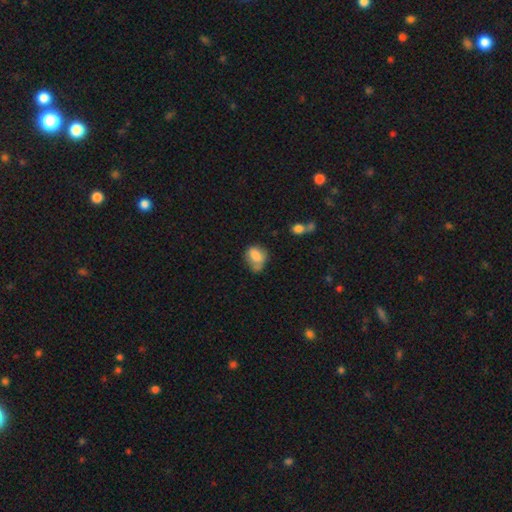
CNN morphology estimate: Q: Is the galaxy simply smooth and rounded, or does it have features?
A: smooth — 77%.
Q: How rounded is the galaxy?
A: in between — 58%.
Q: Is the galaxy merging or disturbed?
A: none — 39%.